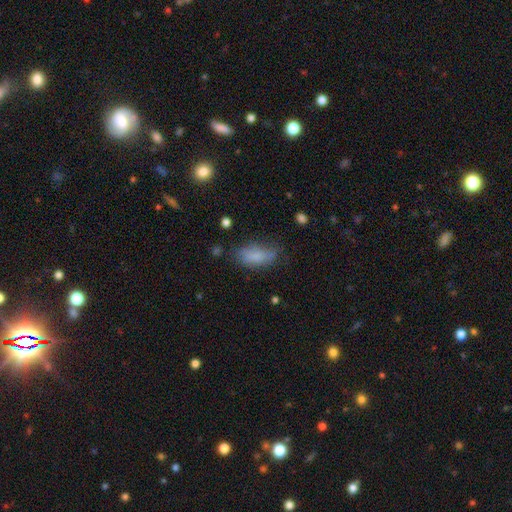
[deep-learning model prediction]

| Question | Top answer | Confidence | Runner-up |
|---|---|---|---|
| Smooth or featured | smooth | 77% | featured or disk (14%) |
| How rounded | in between | 82% | cigar-shaped (15%) |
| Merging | none | 54% | minor disturbance (32%) |